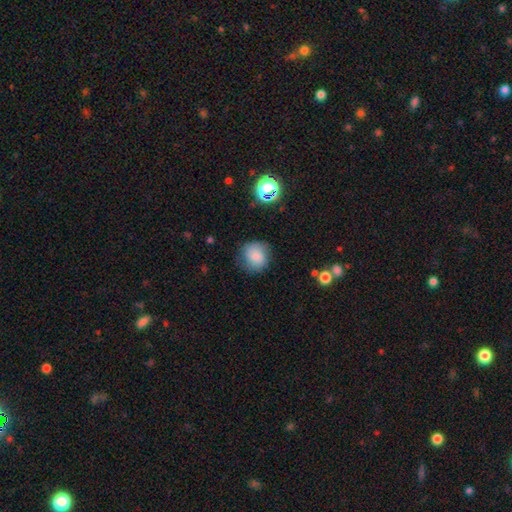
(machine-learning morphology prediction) Smooth or featured? smooth (80%)
How rounded? round (83%)
Merging? none (73%)